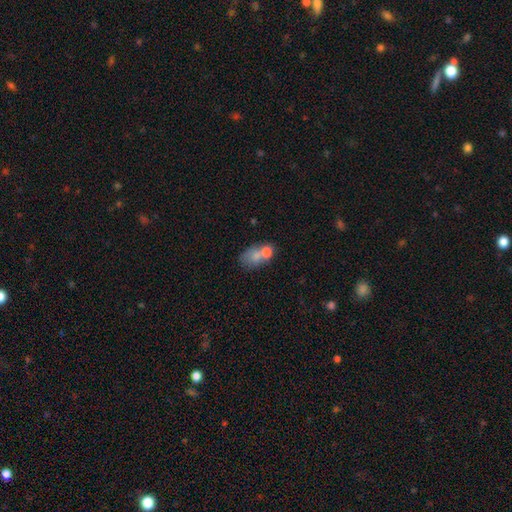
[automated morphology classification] Smooth or featured? smooth (68%)
How rounded? in between (70%)
Merging? merger (51%)